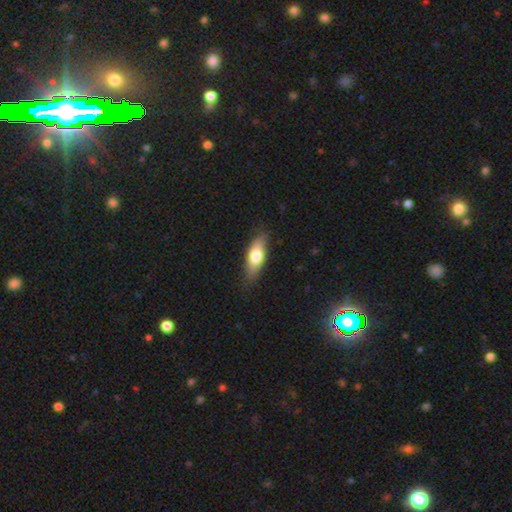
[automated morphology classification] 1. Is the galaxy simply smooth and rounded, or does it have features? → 66% smooth, 28% featured or disk, 6% star or artifact.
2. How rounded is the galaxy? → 62% in between, 35% cigar-shaped, 3% round.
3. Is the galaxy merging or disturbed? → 82% none, 14% minor disturbance, 3% major disturbance, 1% merger.